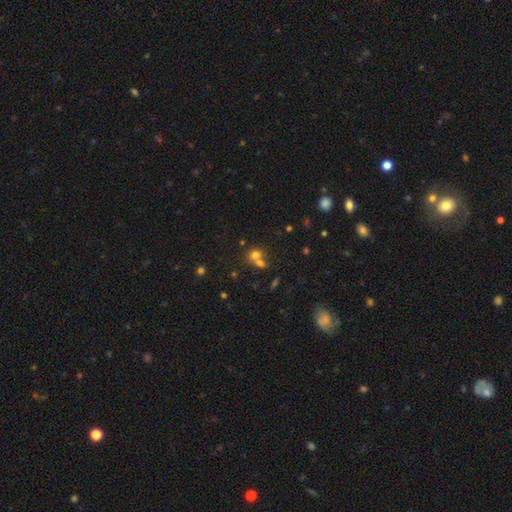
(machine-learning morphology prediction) Smooth or featured?
  - smooth: 67% *
  - star or artifact: 20%
  - featured or disk: 14%
How rounded?
  - round: 77% *
  - in between: 22%
  - cigar-shaped: 1%
Merging?
  - merger: 52% *
  - none: 38%
  - minor disturbance: 7%
  - major disturbance: 4%